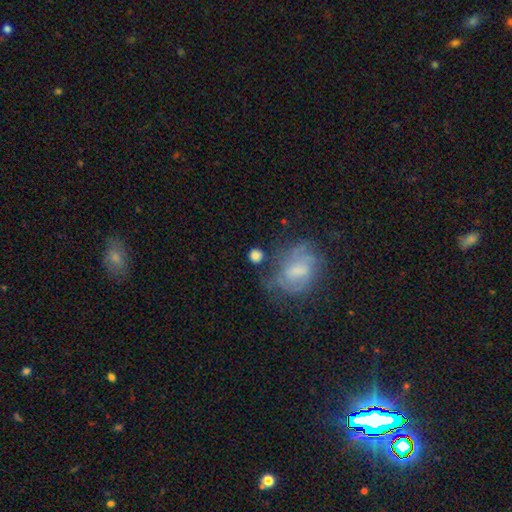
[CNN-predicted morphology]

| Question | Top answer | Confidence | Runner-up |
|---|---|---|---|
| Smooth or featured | smooth | 78% | featured or disk (13%) |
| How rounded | round | 86% | in between (13%) |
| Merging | none | 74% | minor disturbance (12%) |